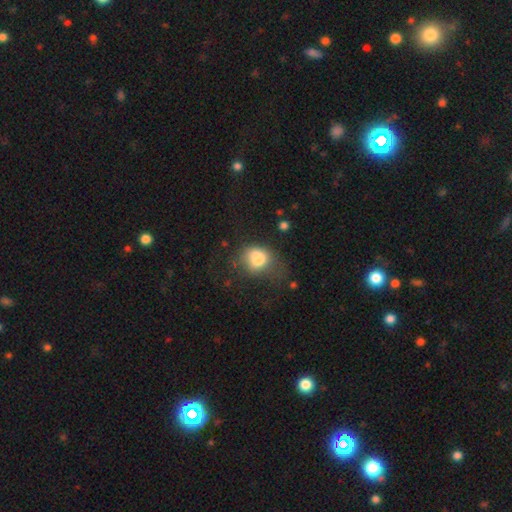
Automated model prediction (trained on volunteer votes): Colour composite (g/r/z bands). It shows a smooth galaxy with no disk features (70%) that is round (55%). Merging: none (31%).